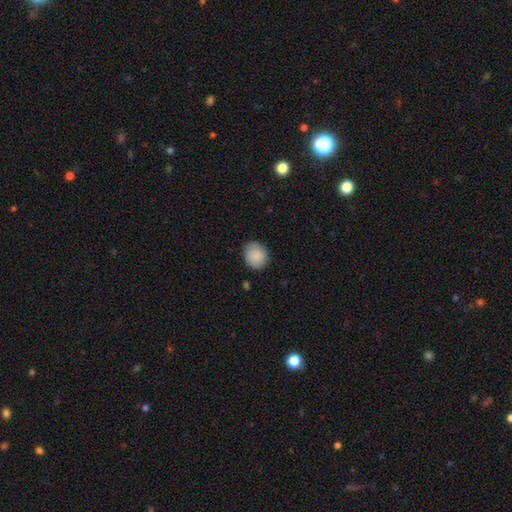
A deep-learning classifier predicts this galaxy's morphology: This is clearly a smooth galaxy (89%). How rounded: likely round (73%). Merging: clearly none (82%).